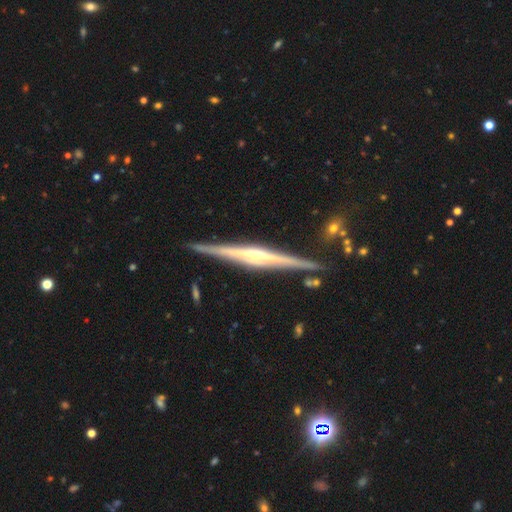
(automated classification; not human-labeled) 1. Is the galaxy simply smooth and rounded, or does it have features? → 85% featured or disk, 9% smooth, 5% star or artifact.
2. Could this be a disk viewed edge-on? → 98% yes, 2% no.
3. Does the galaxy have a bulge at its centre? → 68% rounded, 16% none, 15% boxy.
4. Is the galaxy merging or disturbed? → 89% none, 7% minor disturbance, 2% merger, 1% major disturbance.